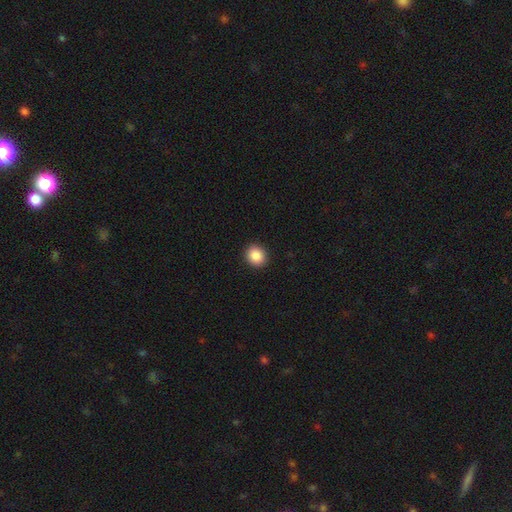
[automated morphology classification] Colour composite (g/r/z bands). It shows a smooth galaxy with no disk features (88%) that is round (75%). Merging: none (92%).